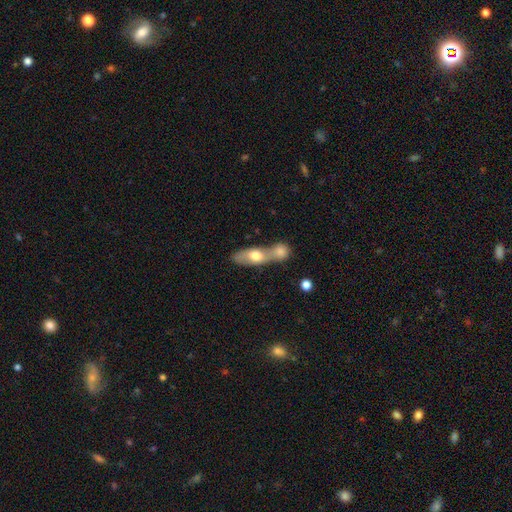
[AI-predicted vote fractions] Smooth or featured: smooth — 64% (featured or disk — 30%)
How rounded: in between — 66% (cigar-shaped — 25%)
Merging: merger — 62% (none — 26%)